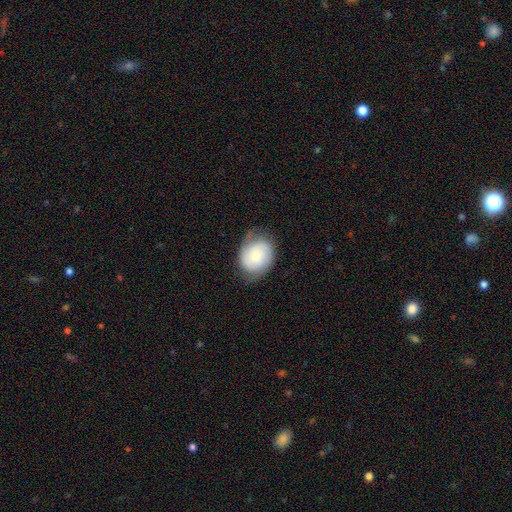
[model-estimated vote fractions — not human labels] Morphology: type=featured or disk (48%); merging=none (63%).